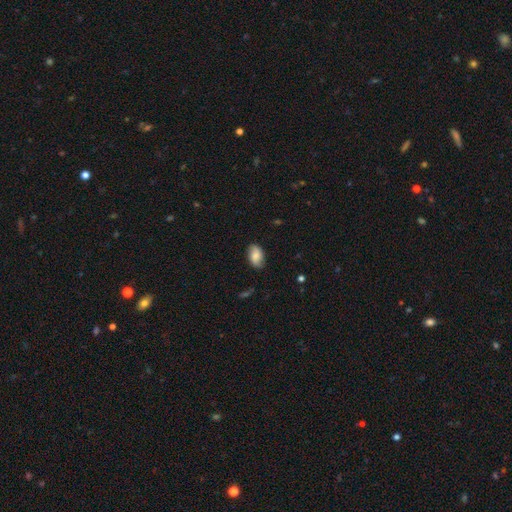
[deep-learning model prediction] smooth-or-featured: smooth: 76% | featured or disk: 17% | star or artifact: 7%
  how-rounded: in between: 91% | round: 8% | cigar-shaped: 2%
  merging: none: 79% | minor disturbance: 17% | major disturbance: 3% | merger: 1%